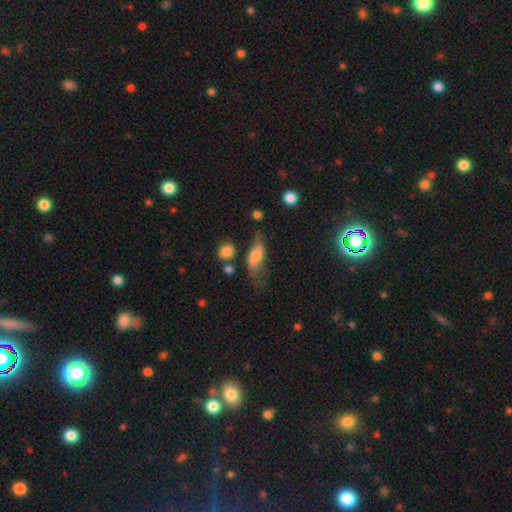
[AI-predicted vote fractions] Smooth or featured?
  - smooth: 59% *
  - featured or disk: 33%
  - star or artifact: 8%
How rounded?
  - in between: 71% *
  - cigar-shaped: 23%
  - round: 5%
Merging?
  - none: 41% *
  - minor disturbance: 31%
  - major disturbance: 22%
  - merger: 6%